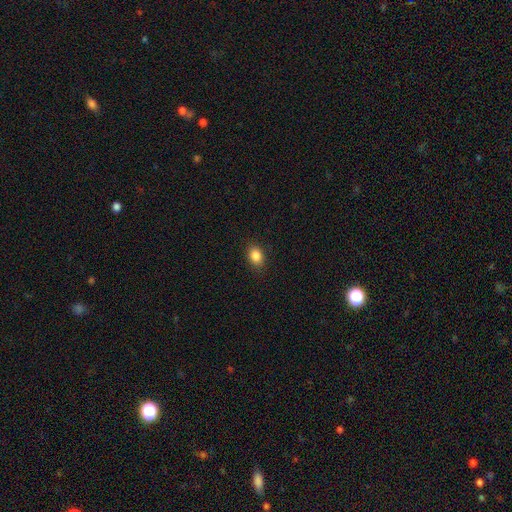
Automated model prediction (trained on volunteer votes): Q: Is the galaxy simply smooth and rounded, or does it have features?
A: smooth — 87%.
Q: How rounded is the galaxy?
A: in between — 66%.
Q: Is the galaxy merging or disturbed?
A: none — 87%.